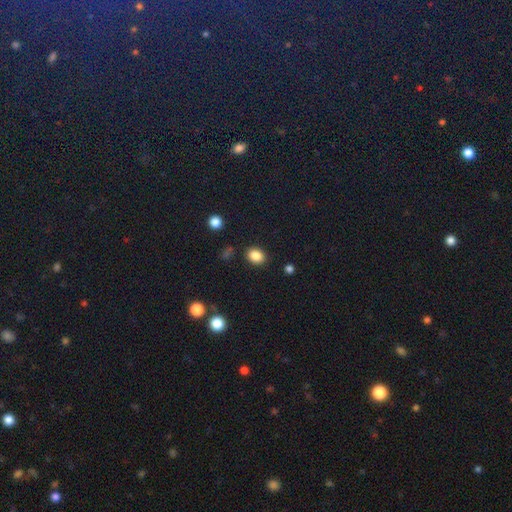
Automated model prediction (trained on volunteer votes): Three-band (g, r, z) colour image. It shows a smooth galaxy with no disk features (86%) that is in between round and cigar-shaped (59%). Merging: none (87%).